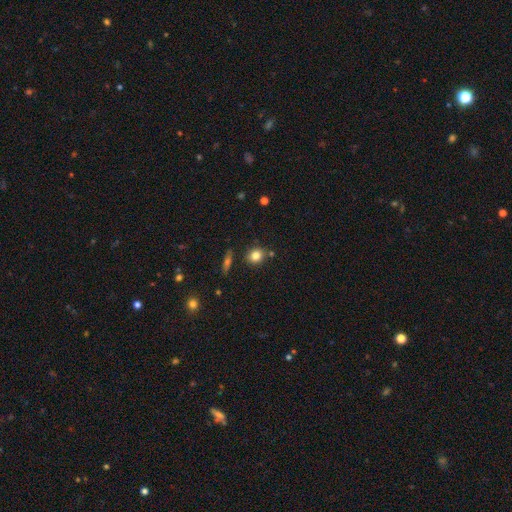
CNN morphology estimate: This is clearly a smooth galaxy (81%). How rounded: likely round (78%). Merging: clearly none (80%).